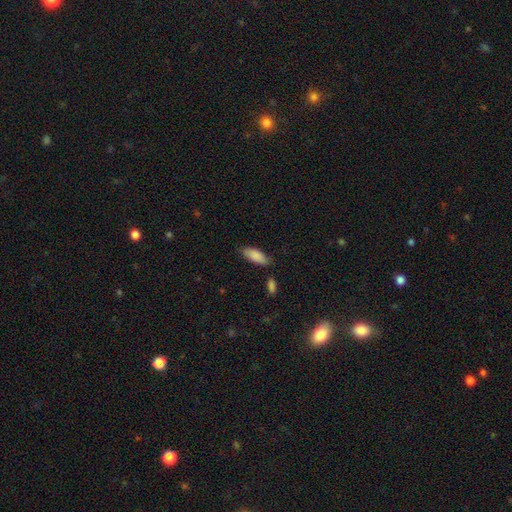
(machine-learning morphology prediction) Smooth or featured?
  - smooth: 86% *
  - featured or disk: 8%
  - star or artifact: 6%
How rounded?
  - in between: 76% *
  - cigar-shaped: 22%
  - round: 2%
Merging?
  - none: 77% *
  - minor disturbance: 16%
  - merger: 4%
  - major disturbance: 3%